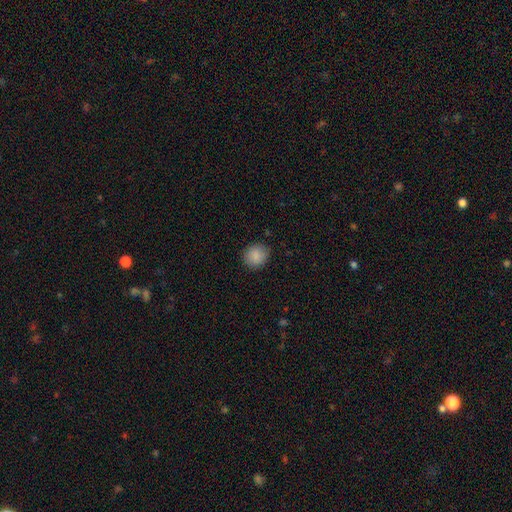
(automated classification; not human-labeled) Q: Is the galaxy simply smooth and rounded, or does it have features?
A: smooth — 88%.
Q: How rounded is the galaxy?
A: round — 80%.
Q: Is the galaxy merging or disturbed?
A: none — 86%.